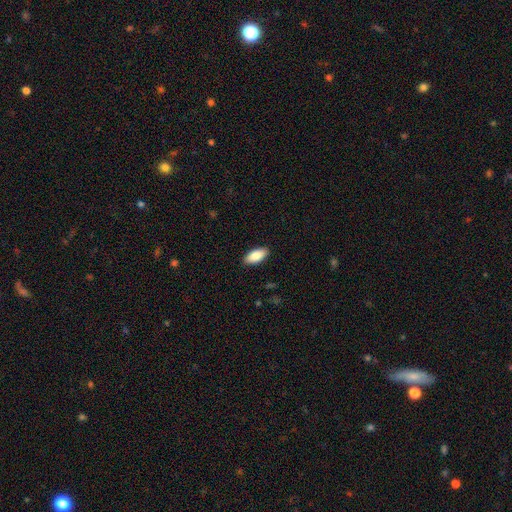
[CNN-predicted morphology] smooth-or-featured: smooth: 87% | featured or disk: 7% | star or artifact: 6%
  how-rounded: in between: 89% | cigar-shaped: 8% | round: 2%
  merging: none: 89% | minor disturbance: 8% | major disturbance: 2% | merger: 1%